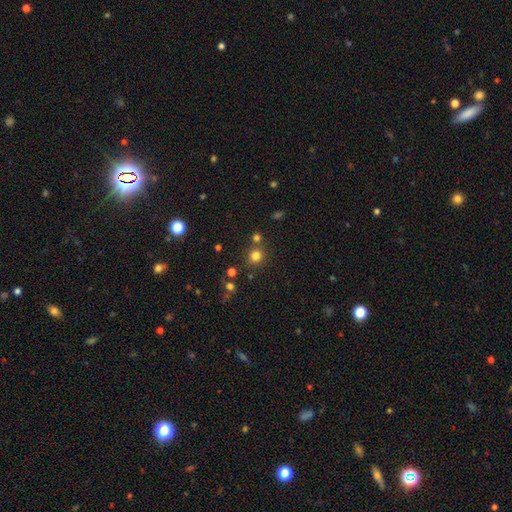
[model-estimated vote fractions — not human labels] A smooth galaxy with no disk features (77%) that is round (91%). Merging: none (77%).